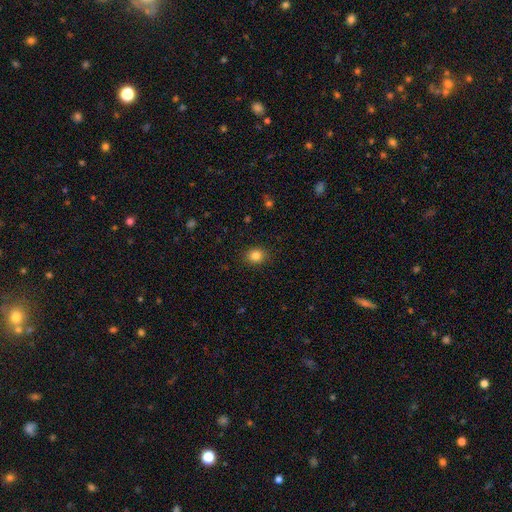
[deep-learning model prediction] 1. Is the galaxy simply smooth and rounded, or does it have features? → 84% smooth, 11% star or artifact, 5% featured or disk.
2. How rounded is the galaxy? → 65% round, 34% in between, 1% cigar-shaped.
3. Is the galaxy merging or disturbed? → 89% none, 7% minor disturbance, 2% major disturbance, 1% merger.